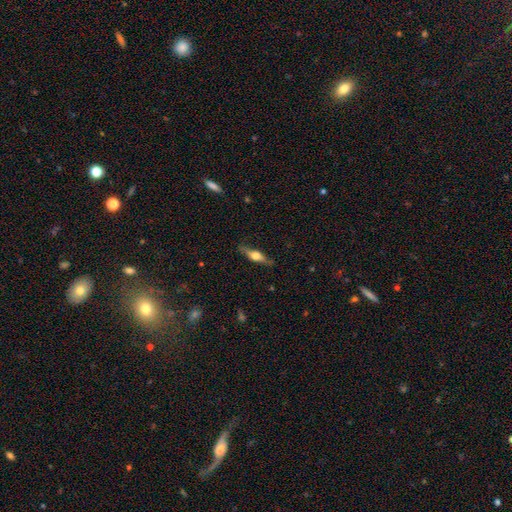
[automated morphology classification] Smooth or featured? Predicted: featured or disk (p=0.65). Edge-on disk? Predicted: yes (p=0.95). Edge-on bulge? Predicted: rounded (p=0.92). Merging? Predicted: none (p=0.85).